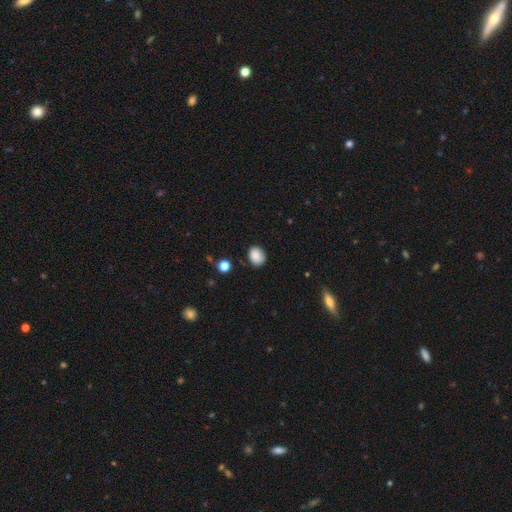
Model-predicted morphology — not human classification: Smooth or featured?
  - smooth: 86% *
  - star or artifact: 9%
  - featured or disk: 4%
How rounded?
  - round: 51% *
  - in between: 48%
  - cigar-shaped: 1%
Merging?
  - none: 80% *
  - minor disturbance: 15%
  - major disturbance: 3%
  - merger: 2%